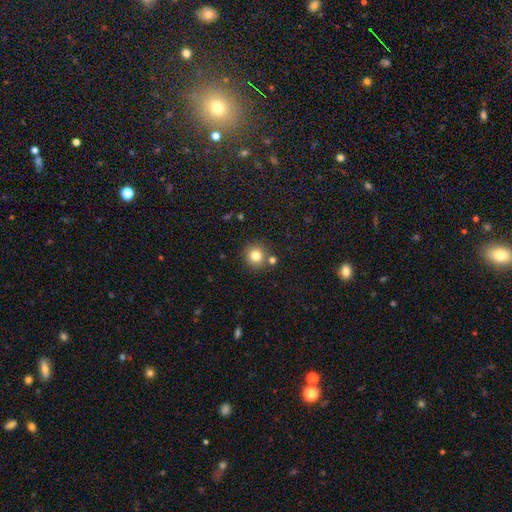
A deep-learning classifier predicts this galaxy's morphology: smooth-or-featured: smooth: 81% | star or artifact: 12% | featured or disk: 7%
  how-rounded: round: 93% | in between: 6% | cigar-shaped: 1%
  merging: none: 82% | merger: 9% | minor disturbance: 7% | major disturbance: 2%